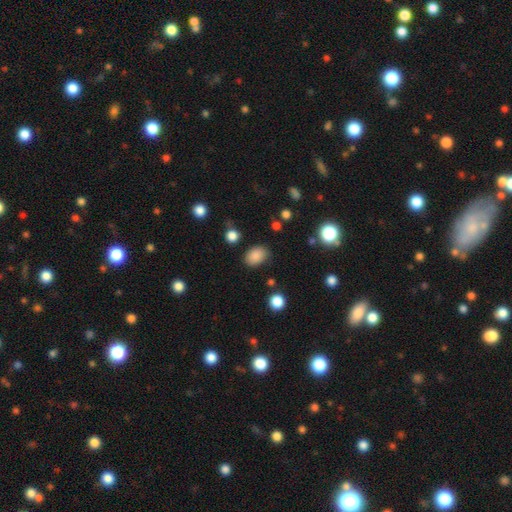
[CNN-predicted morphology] Smooth or featured: smooth — 85% (star or artifact — 10%)
How rounded: in between — 74% (round — 25%)
Merging: none — 81% (minor disturbance — 13%)